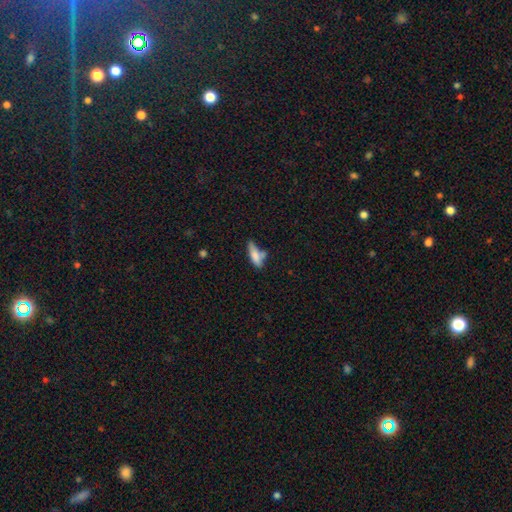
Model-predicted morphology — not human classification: smooth_or_featured: smooth (p=0.72) [alt: featured or disk p=0.20]
how_rounded: in between (p=0.50) [alt: cigar-shaped p=0.47]
merging: none (p=0.40) [alt: merger p=0.24]